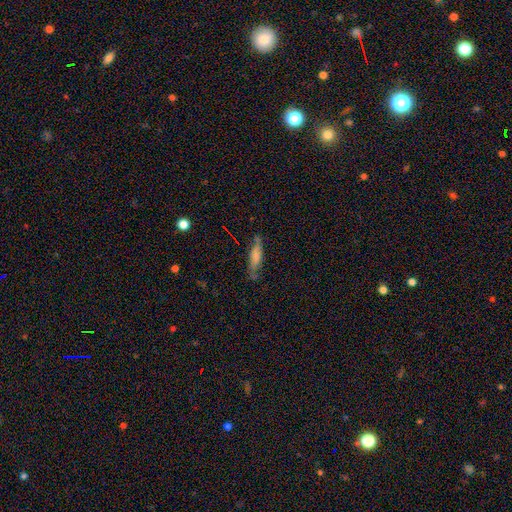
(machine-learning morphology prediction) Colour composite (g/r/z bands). It shows a smooth galaxy with no disk features (64%) that is cigar-shaped (59%). Merging: none (63%).